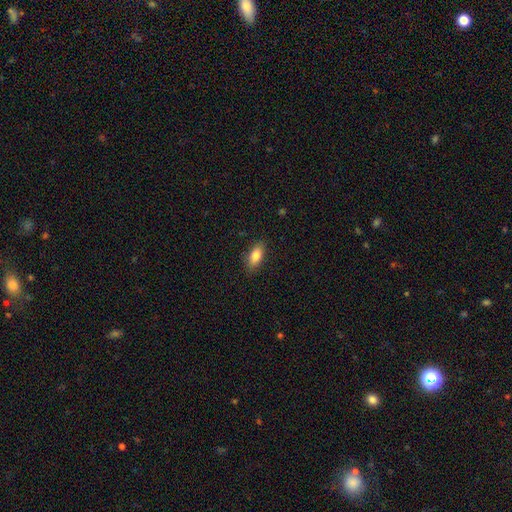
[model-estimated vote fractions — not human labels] Smooth or featured: smooth — 82% (featured or disk — 11%)
How rounded: in between — 86% (cigar-shaped — 10%)
Merging: none — 87% (minor disturbance — 10%)